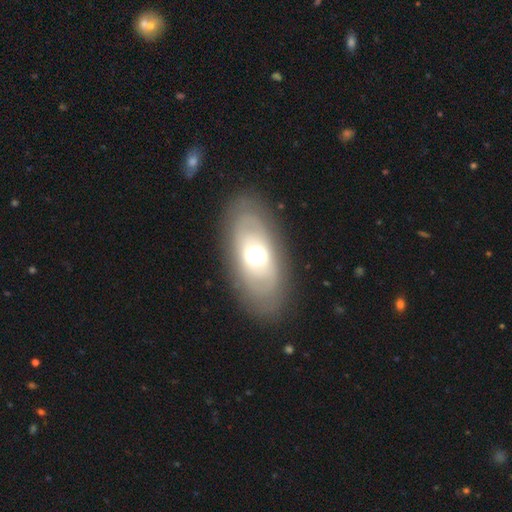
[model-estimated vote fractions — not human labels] A featured or disk galaxy (49%).

Vote fractions:
- Smooth or featured? featured or disk: 49% / smooth: 42% / star or artifact: 9%
- Merging? none: 82% / minor disturbance: 10% / major disturbance: 6% / merger: 1%